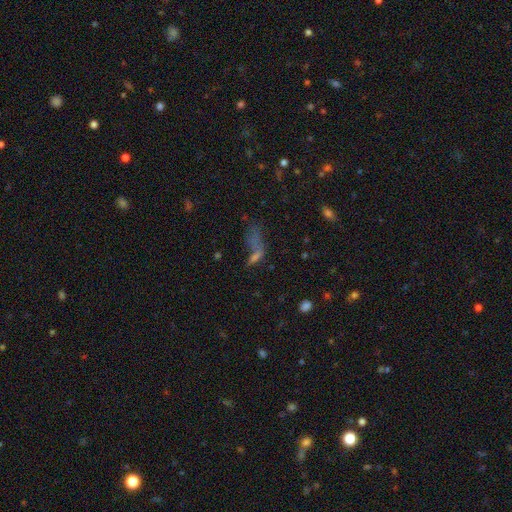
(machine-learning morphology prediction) smooth-or-featured: smooth: 51% | star or artifact: 29% | featured or disk: 20%
  how-rounded: in between: 53% | cigar-shaped: 37% | round: 11%
  merging: none: 35% | merger: 27% | major disturbance: 25% | minor disturbance: 14%